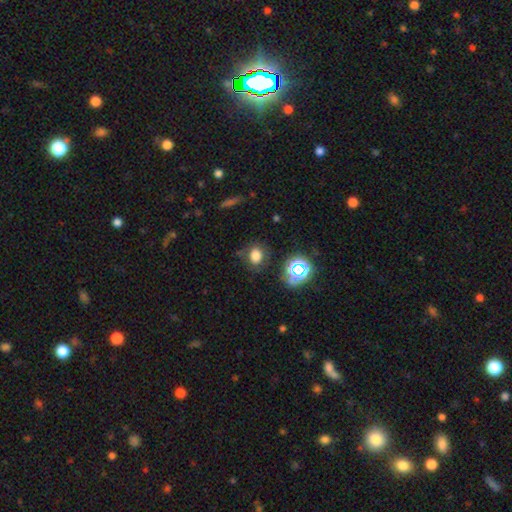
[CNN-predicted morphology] smooth_or_featured: smooth (p=0.72) [alt: star or artifact p=0.19]
how_rounded: round (p=0.54) [alt: in between p=0.45]
merging: none (p=0.72) [alt: minor disturbance p=0.17]